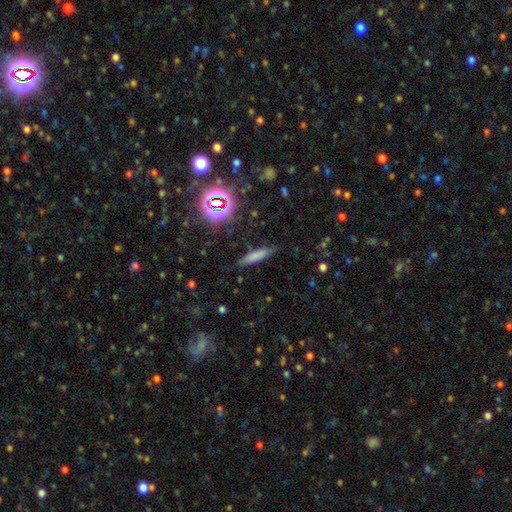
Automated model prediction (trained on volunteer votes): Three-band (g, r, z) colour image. It shows a smooth galaxy with no disk features (70%) that is cigar-shaped (78%). Merging: none (80%).